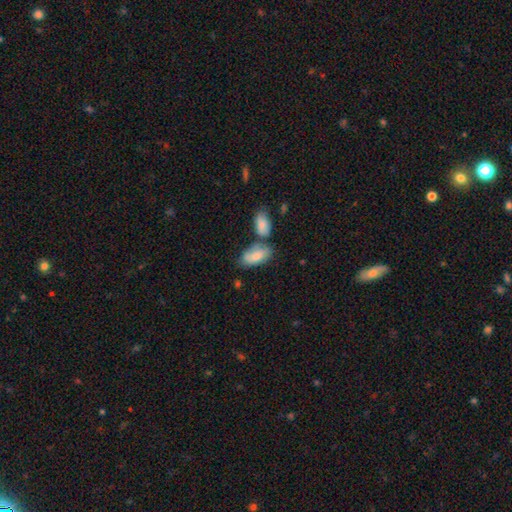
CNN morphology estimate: A smooth galaxy with no disk features (73%) that is in between round and cigar-shaped (92%). Merging: none (45%).